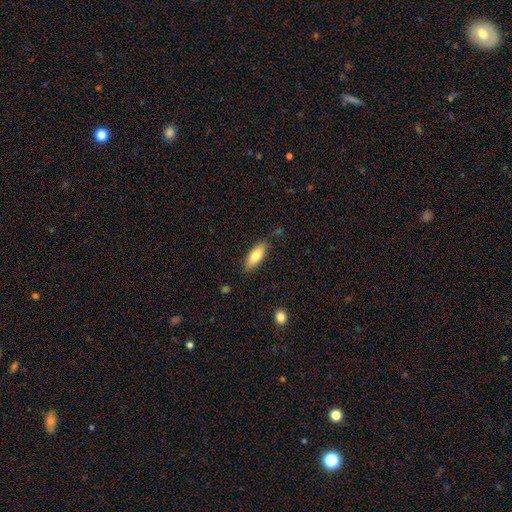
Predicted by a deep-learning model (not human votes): This appears to be a smooth galaxy with no disk features (79%) that is in between round and cigar-shaped (74%). Merging: none (82%).